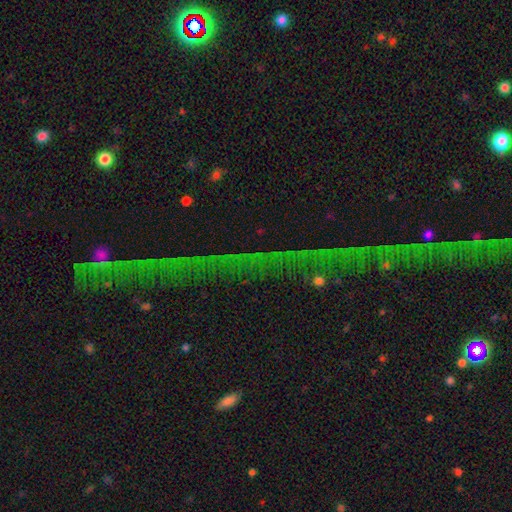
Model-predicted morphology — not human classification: The model was most divided on "smooth or featured": star or artifact: 72%, featured or disk: 15%, smooth: 13%.